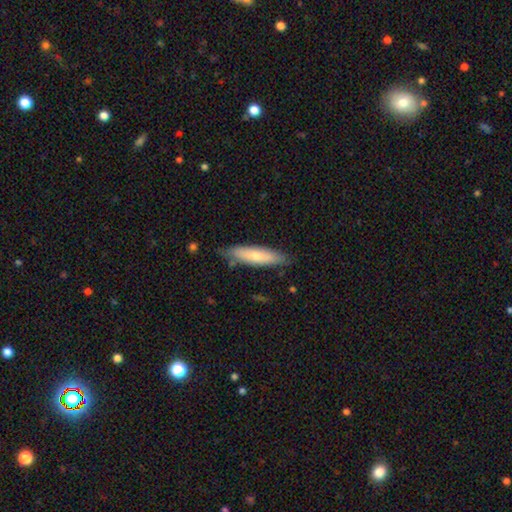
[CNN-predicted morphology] This appears to be a smooth galaxy with no disk features (64%) that is cigar-shaped (72%). Merging: none (79%).